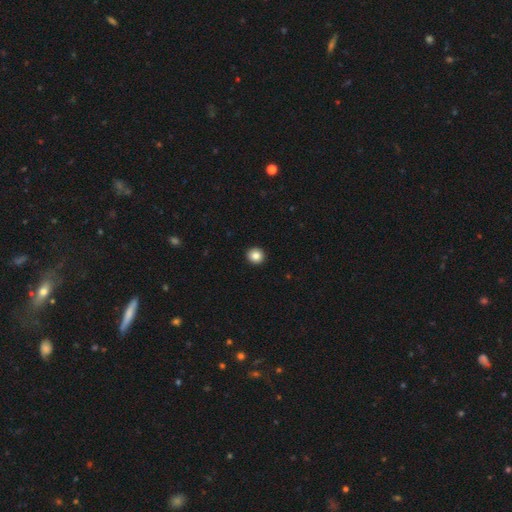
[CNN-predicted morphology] Smooth or featured? smooth (85%)
How rounded? round (91%)
Merging? none (94%)